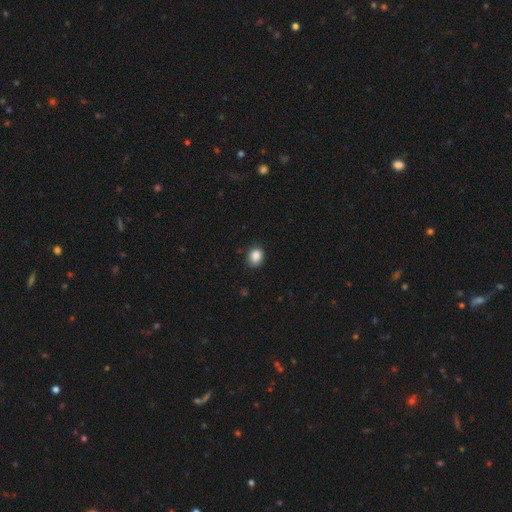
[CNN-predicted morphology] Smooth or featured: smooth — 87% (star or artifact — 9%)
How rounded: round — 52% (in between — 47%)
Merging: none — 83% (minor disturbance — 13%)